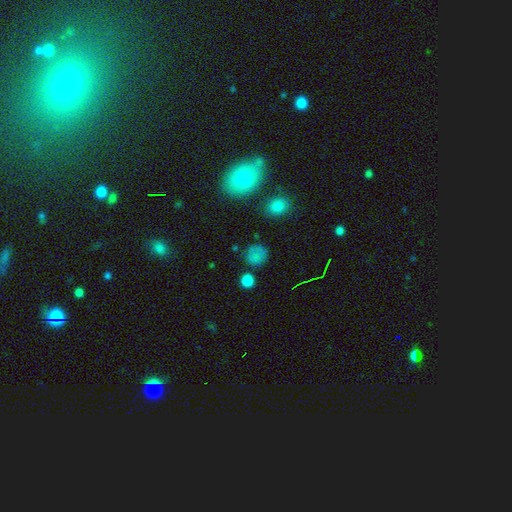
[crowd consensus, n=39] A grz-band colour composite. It shows a smooth galaxy with no disk features (85%) that is round (94%). Merging: none (77%).